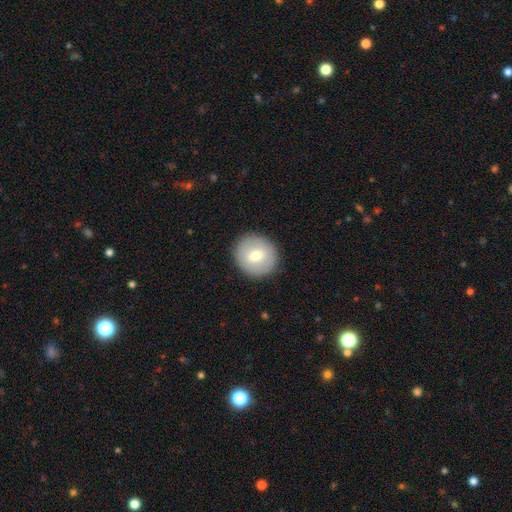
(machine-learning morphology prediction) A smooth galaxy with no disk features (67%) that is round (92%). Merging: none (90%).